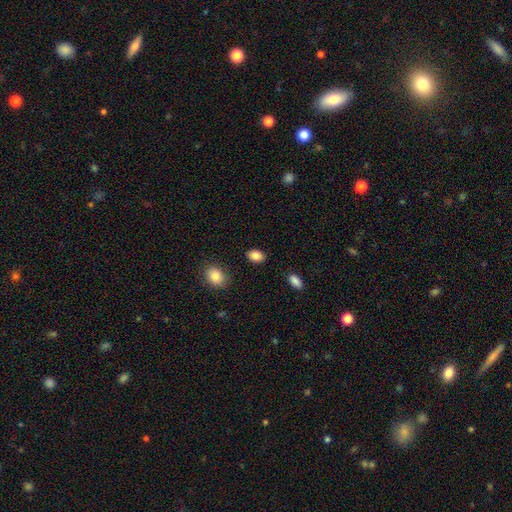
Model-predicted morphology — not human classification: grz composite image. It shows a smooth galaxy with no disk features (86%) that is in between round and cigar-shaped (81%). Merging: none (87%).